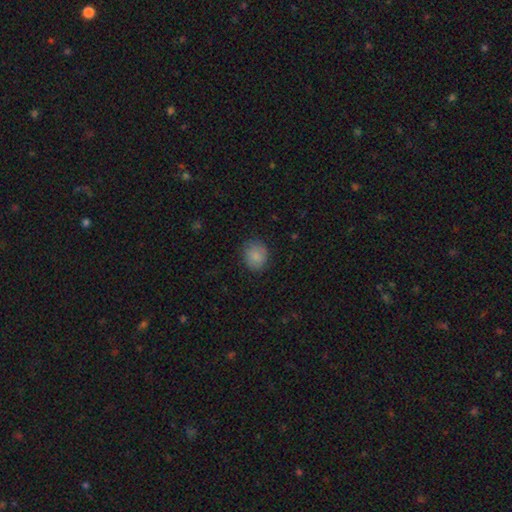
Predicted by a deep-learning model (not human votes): Smooth or featured? Predicted: smooth (p=0.85). How rounded? Predicted: round (p=0.72). Merging? Predicted: none (p=0.81).